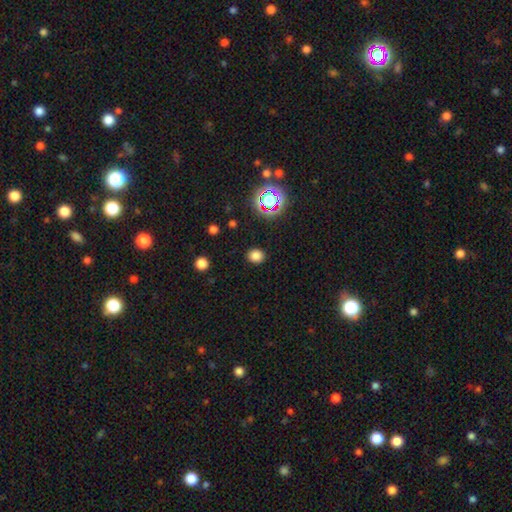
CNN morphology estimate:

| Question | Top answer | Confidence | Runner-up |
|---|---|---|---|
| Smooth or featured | smooth | 77% | star or artifact (18%) |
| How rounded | round | 64% | in between (35%) |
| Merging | none | 89% | minor disturbance (7%) |